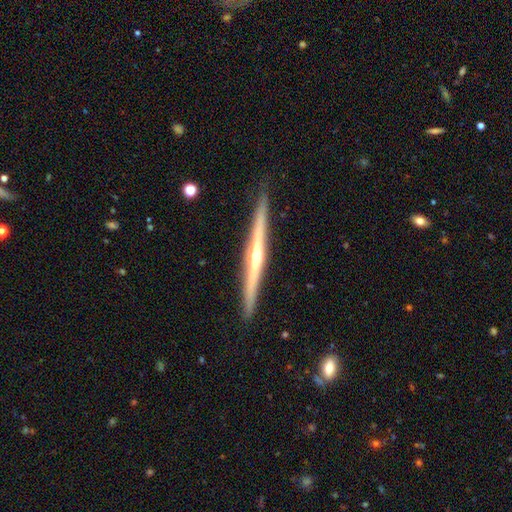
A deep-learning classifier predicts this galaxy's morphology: Smooth or featured? featured or disk (80%)
Edge-on disk? yes (98%)
Edge-on bulge? rounded (83%)
Merging? none (91%)